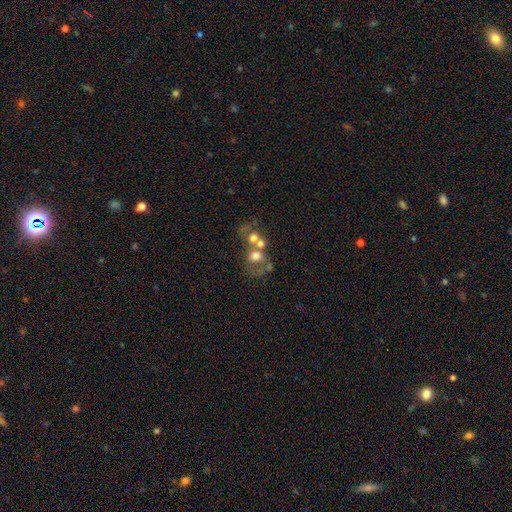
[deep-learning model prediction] Smooth or featured: smooth — 52% (featured or disk — 35%)
How rounded: round — 64% (in between — 35%)
Merging: merger — 61% (none — 23%)